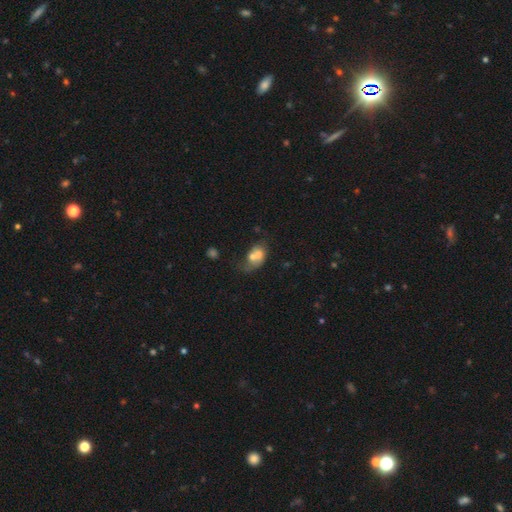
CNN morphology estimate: Smooth or featured? smooth (59%)
How rounded? in between (71%)
Merging? merger (57%)